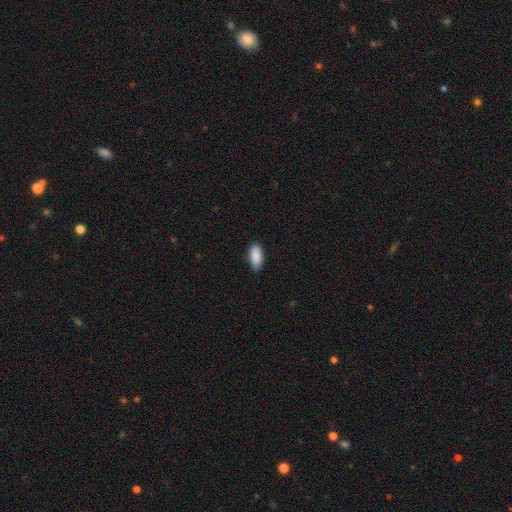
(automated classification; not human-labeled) This appears to be a smooth galaxy with no disk features (89%) that is in between round and cigar-shaped (92%). Merging: none (80%).